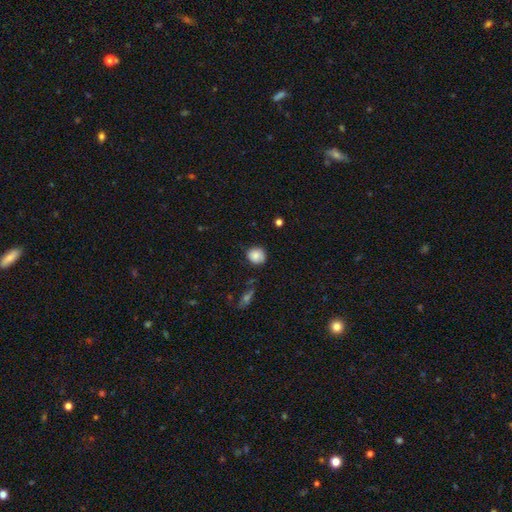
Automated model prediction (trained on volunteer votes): Q: Smooth or featured?
A: smooth (84%); runner-up: star or artifact (8%)
Q: How rounded?
A: round (82%); runner-up: in between (17%)
Q: Merging?
A: none (77%); runner-up: minor disturbance (18%)